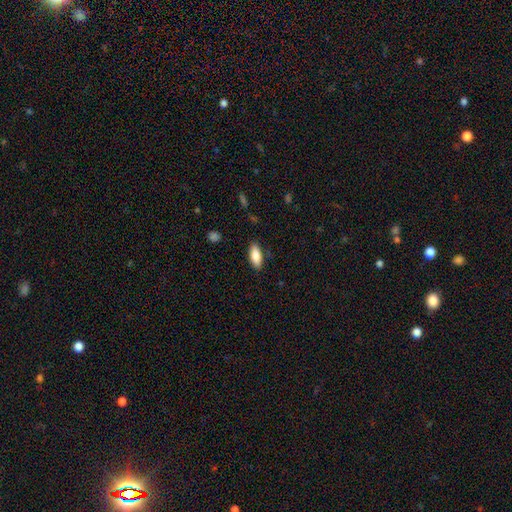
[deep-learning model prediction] This appears to be a smooth galaxy with no disk features (85%) that is in between round and cigar-shaped (80%). Merging: none (86%).